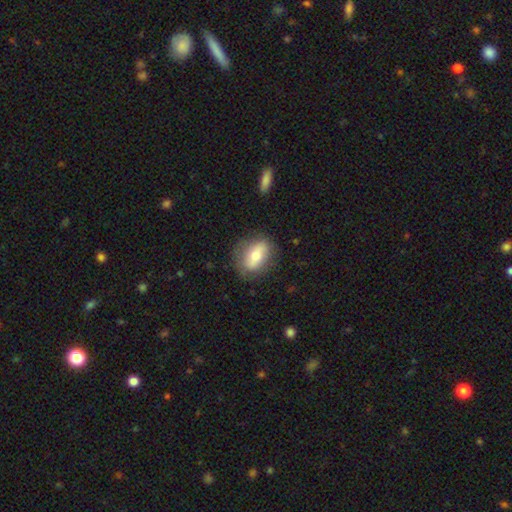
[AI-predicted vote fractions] This appears to be a smooth galaxy with no disk features (64%) that is in between round and cigar-shaped (76%). Merging: none (77%).